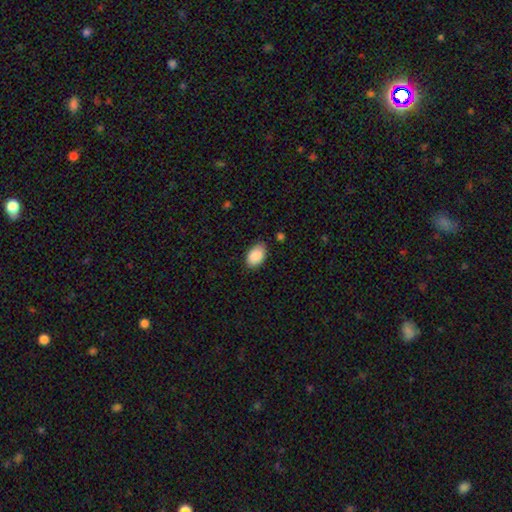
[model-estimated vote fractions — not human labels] A smooth galaxy with no disk features (89%) that is in between round and cigar-shaped (93%). Merging: none (82%).